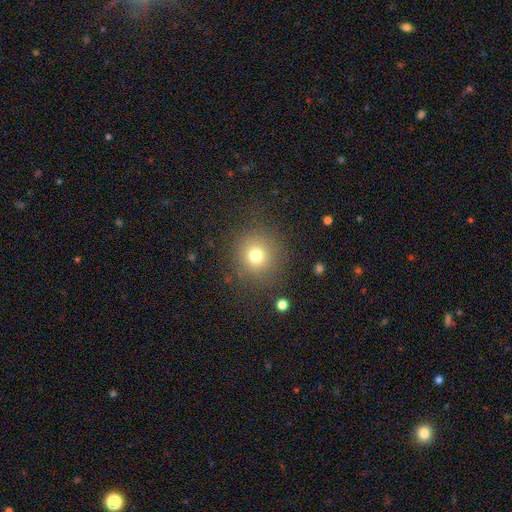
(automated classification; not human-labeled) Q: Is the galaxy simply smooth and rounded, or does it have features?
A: smooth — 74%.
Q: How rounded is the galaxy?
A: round — 91%.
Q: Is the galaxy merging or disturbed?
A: none — 83%.